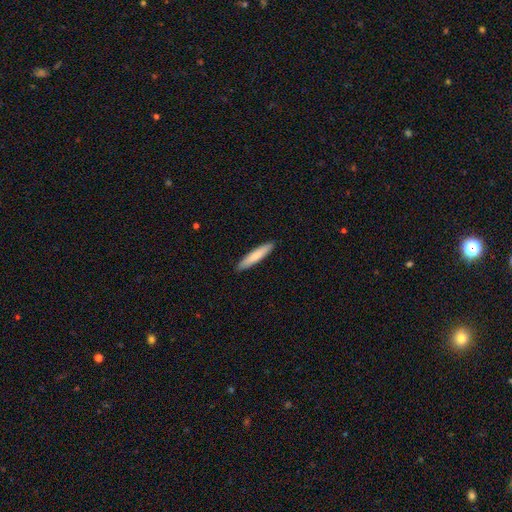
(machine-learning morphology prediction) Q: Smooth or featured?
A: smooth (80%); runner-up: featured or disk (15%)
Q: How rounded?
A: cigar-shaped (89%); runner-up: in between (10%)
Q: Merging?
A: none (91%); runner-up: minor disturbance (7%)